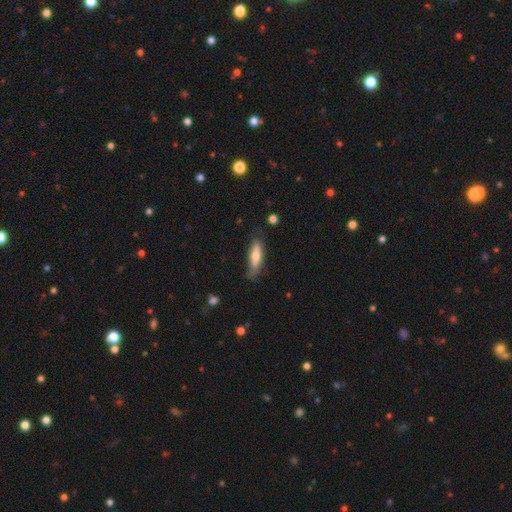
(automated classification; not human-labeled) Overall: smooth (59%; featured or disk 35%). How rounded: cigar-shaped (60%; in between 38%). Merging: none (69%).